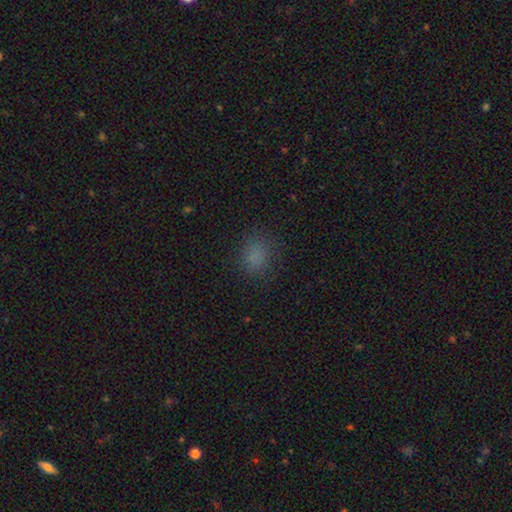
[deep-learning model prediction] This is likely a smooth galaxy (78%). How rounded: possibly in between (51%). Merging: likely none (80%).